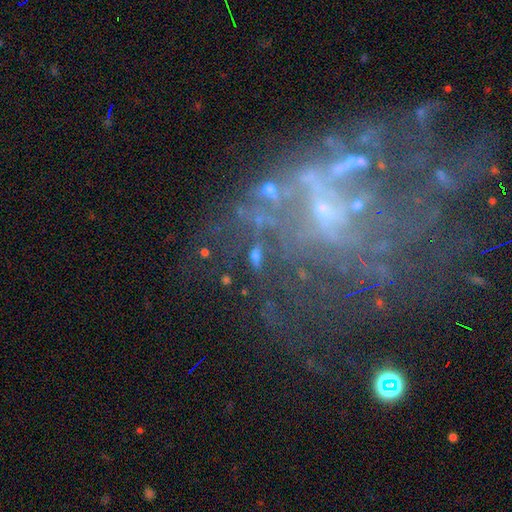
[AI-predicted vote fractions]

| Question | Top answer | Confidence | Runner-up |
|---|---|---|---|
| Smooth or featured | featured or disk | 36% | tied: smooth (36%) |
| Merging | none | 57% | minor disturbance (19%) |